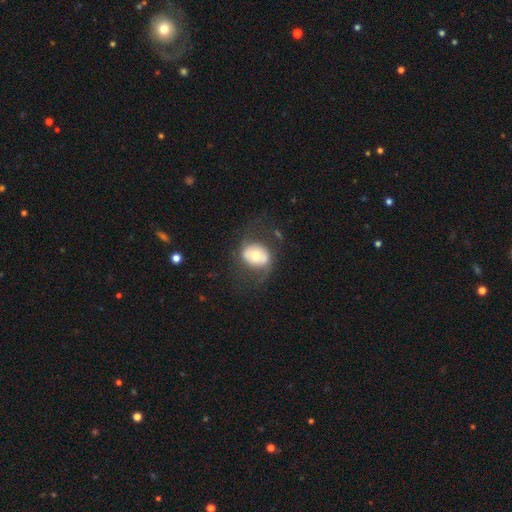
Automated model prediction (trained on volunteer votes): Smooth or featured? featured or disk (50%)
Merging? none (57%)